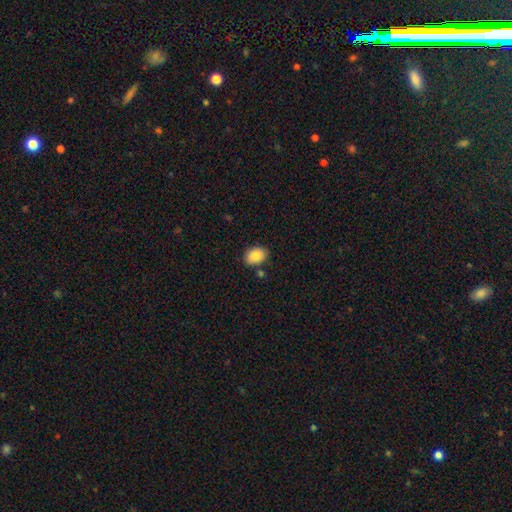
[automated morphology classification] A smooth galaxy with no disk features (86%) that is in between round and cigar-shaped (79%). Merging: none (80%).